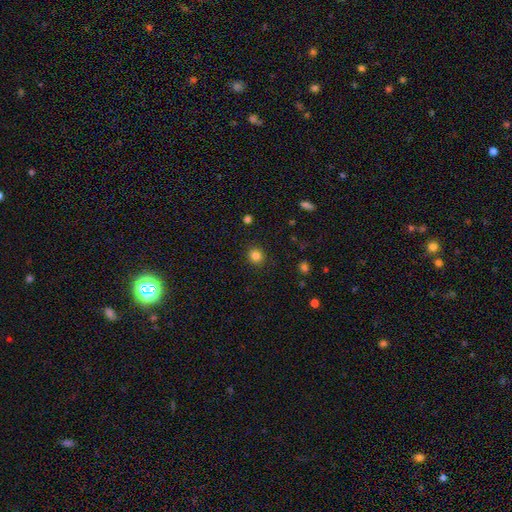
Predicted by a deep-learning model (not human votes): smooth 83%, star or artifact 12%, featured or disk 5%. Down the decision tree: how rounded — round (88%); merging — none (90%).